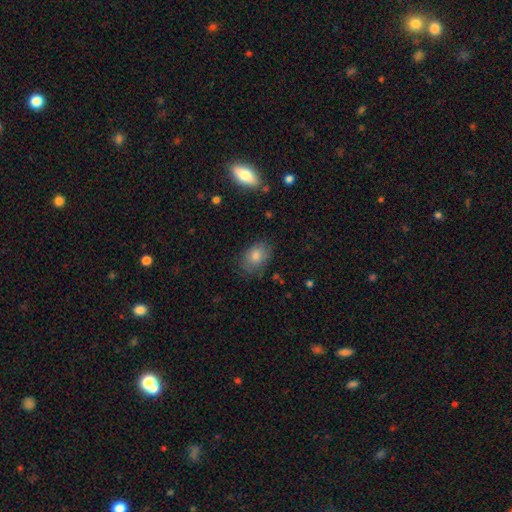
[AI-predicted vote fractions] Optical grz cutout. It shows a smooth galaxy with no disk features (77%) that is in between round and cigar-shaped (82%). Merging: none (75%).